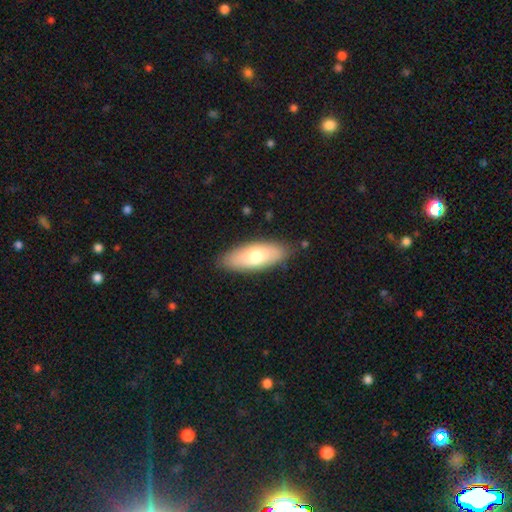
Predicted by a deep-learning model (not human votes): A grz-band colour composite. It shows a smooth galaxy with no disk features (71%) that is in between round and cigar-shaped (74%). Merging: none (84%).